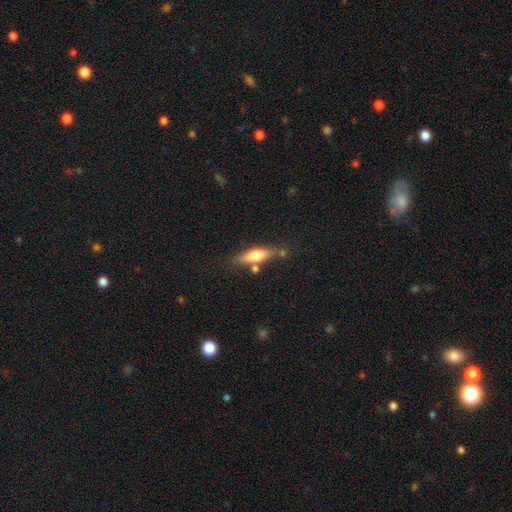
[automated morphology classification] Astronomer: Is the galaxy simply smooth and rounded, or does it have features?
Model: smooth — 53% (runner-up: featured or disk, 40%).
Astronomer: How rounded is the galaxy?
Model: cigar-shaped — 55% (runner-up: in between, 41%).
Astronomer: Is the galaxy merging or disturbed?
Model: none — 69%.